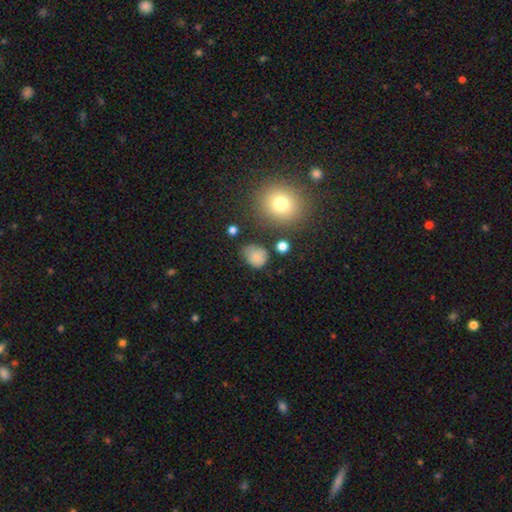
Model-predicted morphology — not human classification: type=smooth (79%); roundness=round (50%); merging=none (58%).